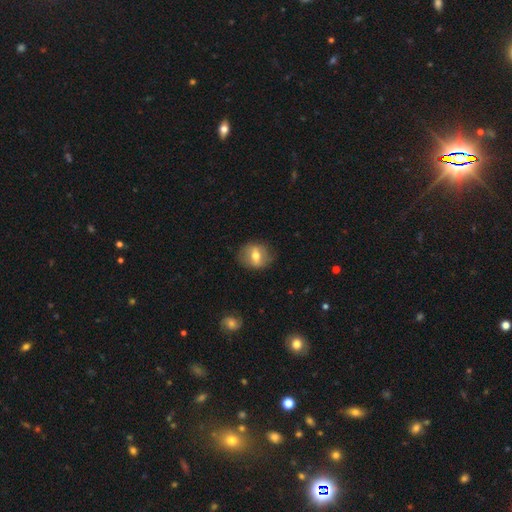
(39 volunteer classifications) This is possibly a smooth galaxy (51%). How rounded: likely round (65%). Merging: likely none (71%).